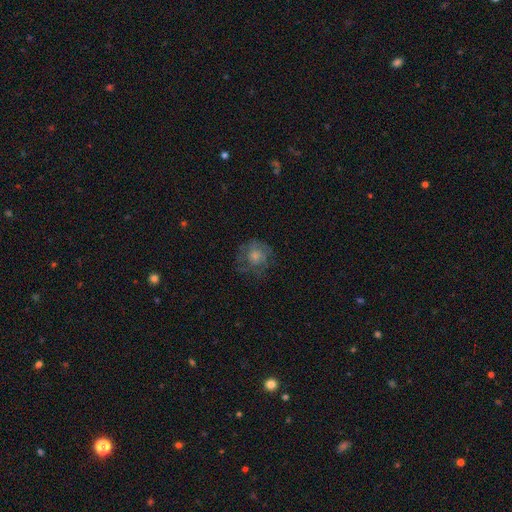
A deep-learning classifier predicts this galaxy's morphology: smooth_or_featured: smooth (p=0.52) [alt: featured or disk p=0.38]
how_rounded: round (p=0.83) [alt: in between p=0.16]
merging: none (p=0.56) [alt: minor disturbance p=0.22]